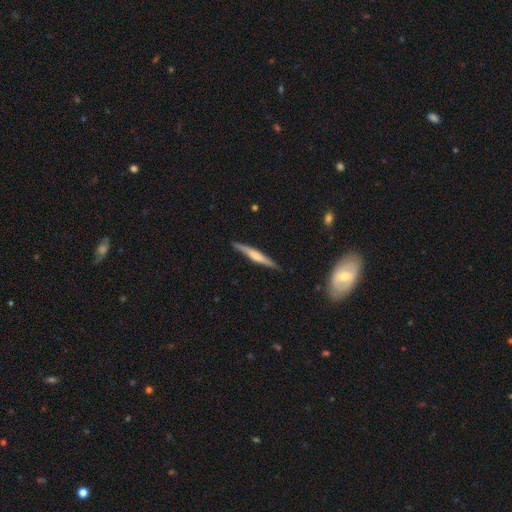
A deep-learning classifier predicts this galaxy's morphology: featured or disk 57%, smooth 38%, star or artifact 6%. Down the decision tree: edge-on disk — yes (96%); edge-on bulge — rounded (59%); merging — none (86%).